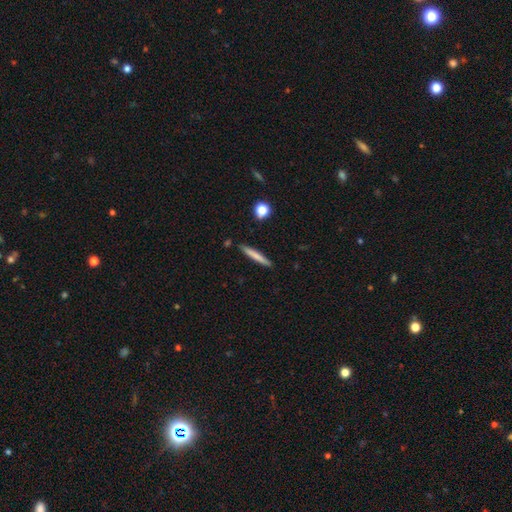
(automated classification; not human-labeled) This is likely a smooth galaxy (69%). How rounded: clearly cigar-shaped (95%). Merging: clearly none (88%).